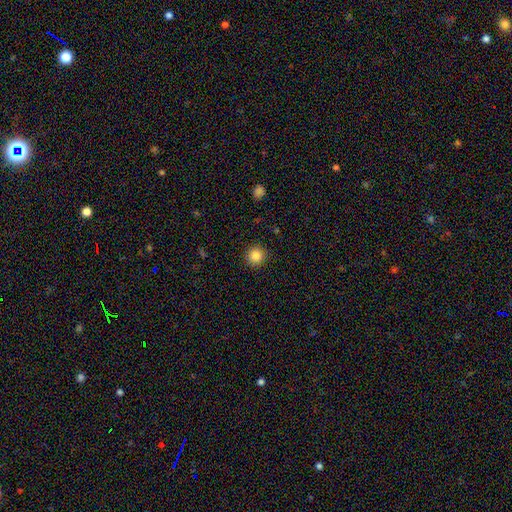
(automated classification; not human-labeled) Morphology: type=smooth (85%); roundness=round (95%); merging=none (92%).